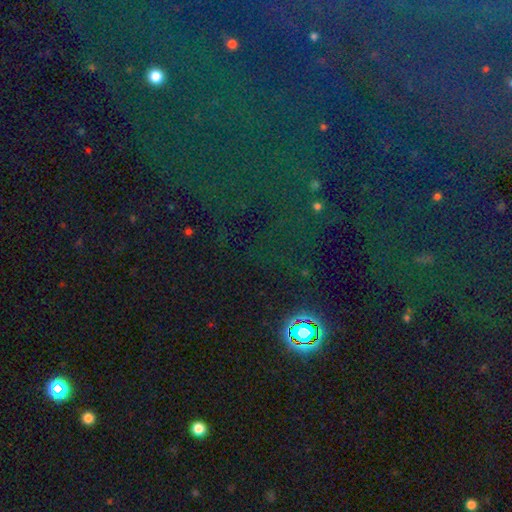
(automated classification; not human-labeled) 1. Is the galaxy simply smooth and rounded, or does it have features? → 82% star or artifact, 10% smooth, 7% featured or disk.